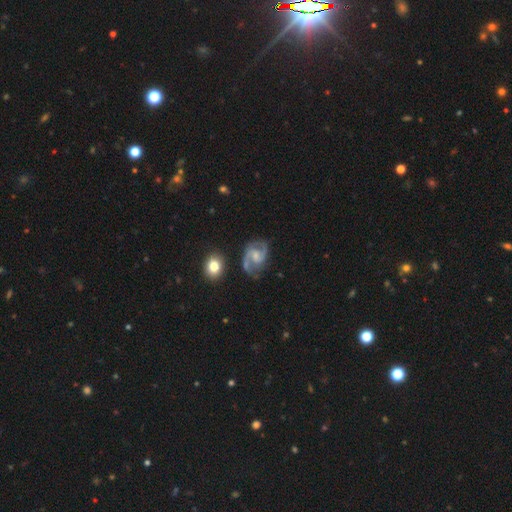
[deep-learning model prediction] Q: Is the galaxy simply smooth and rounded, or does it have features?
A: featured or disk — 87%.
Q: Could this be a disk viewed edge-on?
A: no — 98%.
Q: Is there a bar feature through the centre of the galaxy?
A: weak — 50%.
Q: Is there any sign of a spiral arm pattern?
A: yes — 97%.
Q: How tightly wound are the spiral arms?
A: medium — 60%.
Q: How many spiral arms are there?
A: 2 — 91%.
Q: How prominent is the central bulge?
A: small — 47%.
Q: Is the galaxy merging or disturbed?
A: none — 72%.